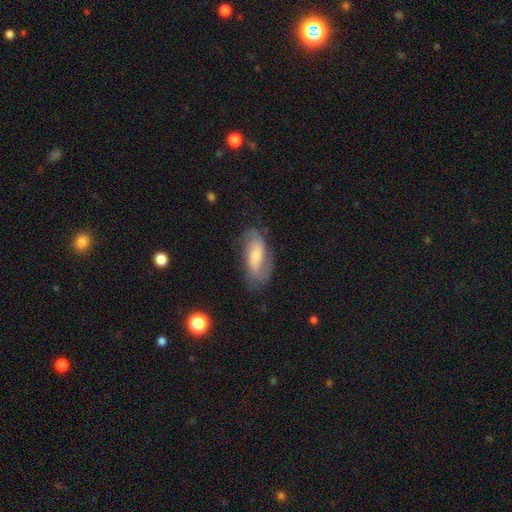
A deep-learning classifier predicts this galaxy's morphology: Overall: featured or disk (56%; smooth 36%). Edge-on disk: no (88%). Merging: none (69%).